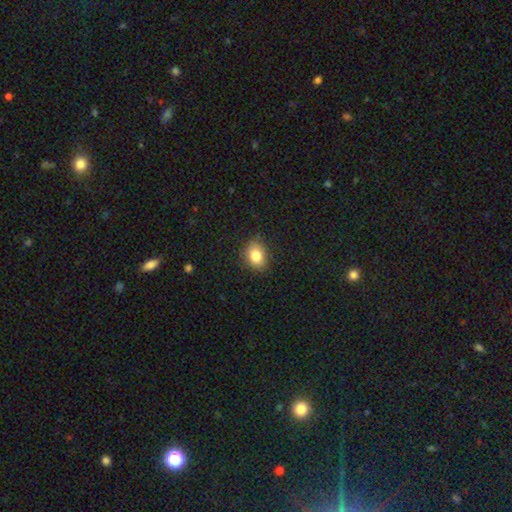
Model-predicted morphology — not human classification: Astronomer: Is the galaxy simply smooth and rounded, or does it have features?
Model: smooth — 82%.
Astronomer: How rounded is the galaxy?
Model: in between — 65%.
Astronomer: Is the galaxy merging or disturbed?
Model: none — 81%.